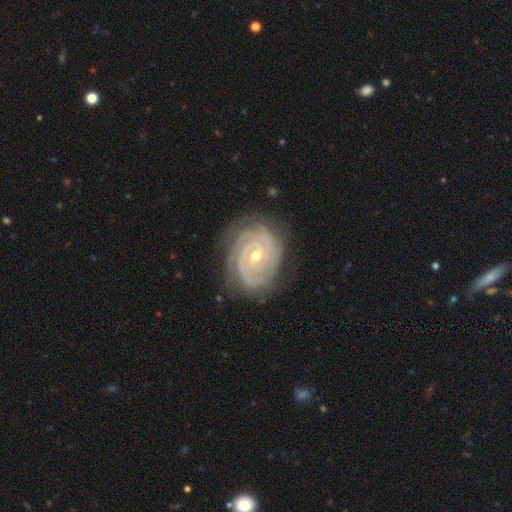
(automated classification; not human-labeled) Overall: featured or disk (91%). Edge-on disk: no (97%). Bar: no (58%; weak 31%). Spiral arms: yes (98%). Spiral arm count: 3 (32%; 2 25%). Spiral winding: tight (83%). Bulge size: small (53%; moderate 45%). Merging: none (77%).